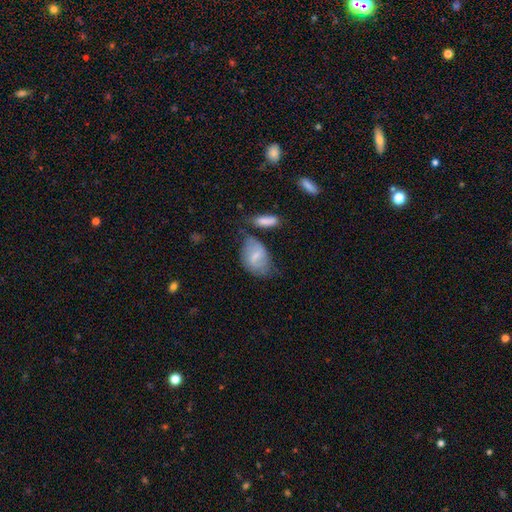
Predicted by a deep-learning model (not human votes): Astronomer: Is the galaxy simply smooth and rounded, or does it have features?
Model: smooth — 48% (runner-up: featured or disk, 45%).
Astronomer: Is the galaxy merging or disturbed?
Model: none — 53%.